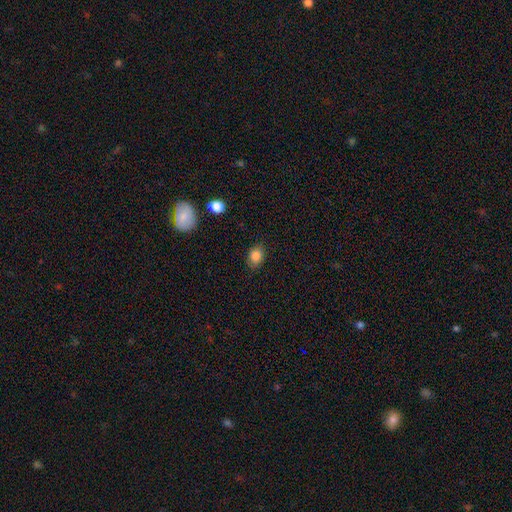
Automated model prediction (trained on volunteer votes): smooth 86%, star or artifact 9%, featured or disk 5%. Down the decision tree: how rounded — in between (60%); merging — none (82%).